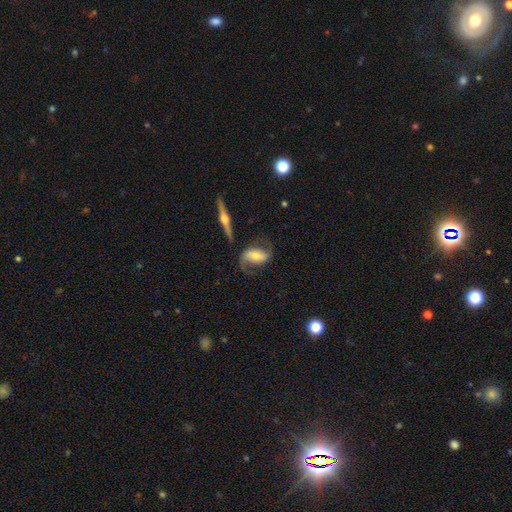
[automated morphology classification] The model was most divided on "bar": strong: 36%, no: 34%, weak: 30%. More confident: edge-on disk — no (88%); spiral arms — yes (87%); spiral arm count — 2 (78%); smooth or featured — featured or disk (70%); merging — none (57%); bulge size — moderate (53%); spiral winding — loose (51%).